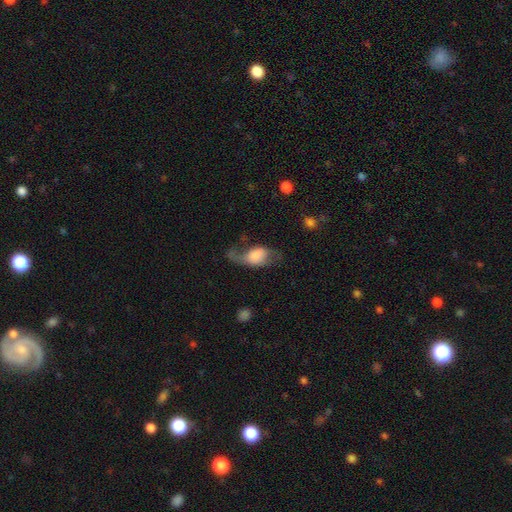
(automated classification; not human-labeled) Overall: smooth (50%; featured or disk 42%). How rounded: in between (82%). Merging: major disturbance (43%; none 29%).